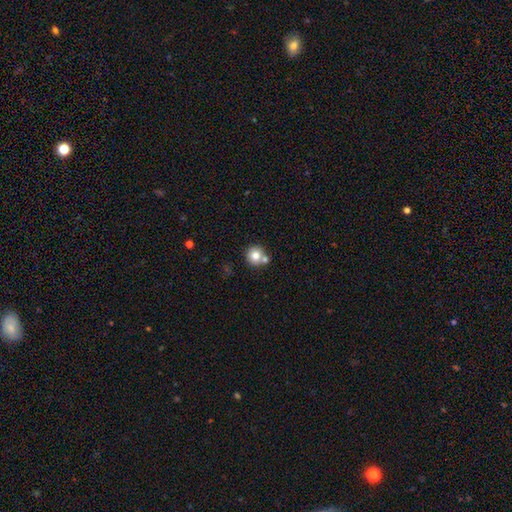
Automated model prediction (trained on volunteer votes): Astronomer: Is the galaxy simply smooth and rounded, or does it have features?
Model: smooth — 78%.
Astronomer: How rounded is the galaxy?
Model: round — 93%.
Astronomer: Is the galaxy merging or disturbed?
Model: none — 63%.